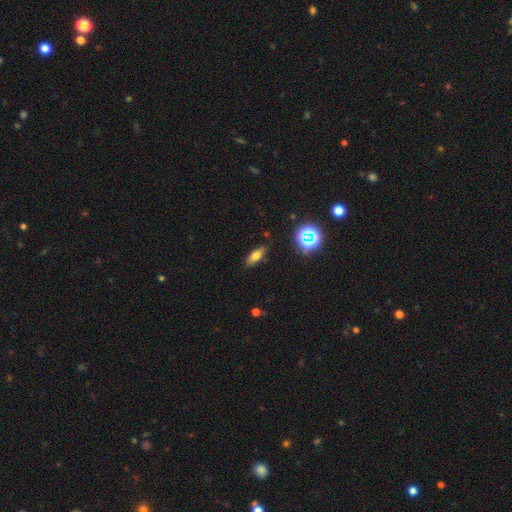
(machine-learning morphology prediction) Smooth or featured: smooth — 66% (featured or disk — 19%)
How rounded: in between — 64% (cigar-shaped — 30%)
Merging: none — 85% (minor disturbance — 11%)